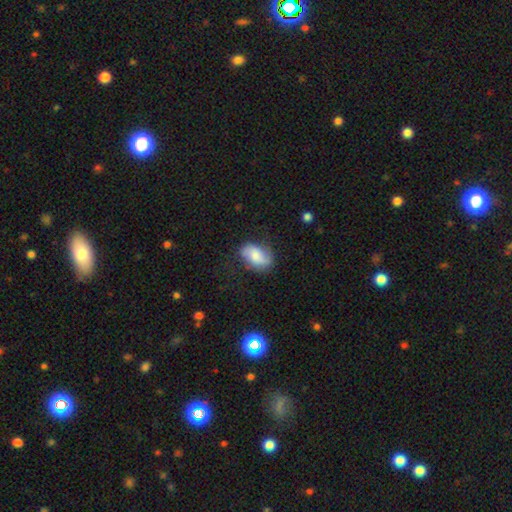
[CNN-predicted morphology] Smooth or featured? Predicted: smooth (p=0.64). How rounded? Predicted: in between (p=0.90). Merging? Predicted: none (p=0.64).